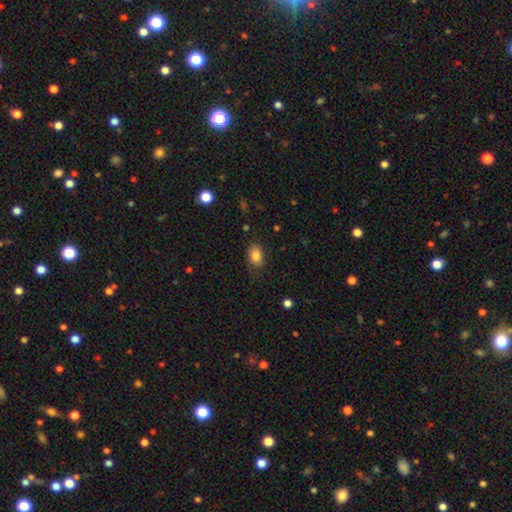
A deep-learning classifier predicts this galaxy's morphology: This appears to be a smooth galaxy with no disk features (84%) that is in between round and cigar-shaped (80%). Merging: none (77%).